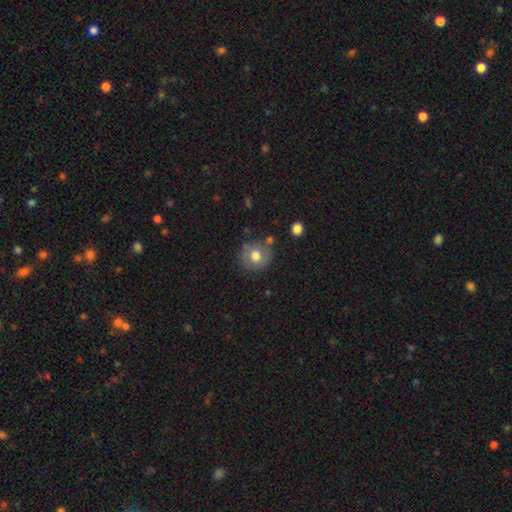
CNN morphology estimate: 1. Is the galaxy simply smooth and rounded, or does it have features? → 72% smooth, 18% featured or disk, 9% star or artifact.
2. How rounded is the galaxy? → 82% round, 17% in between, 1% cigar-shaped.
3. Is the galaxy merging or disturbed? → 73% none, 17% minor disturbance, 5% merger, 5% major disturbance.